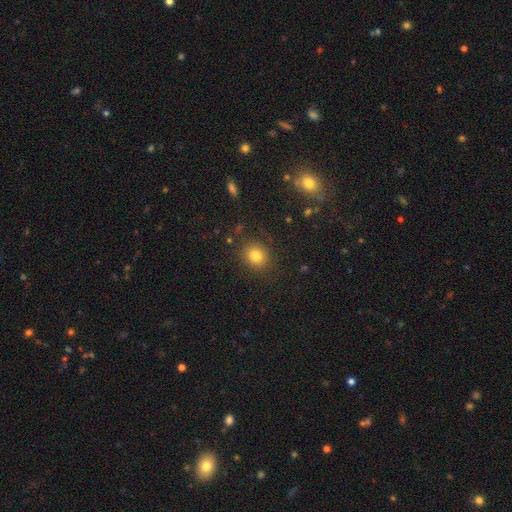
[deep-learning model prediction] Q: Smooth or featured?
A: smooth (80%); runner-up: star or artifact (13%)
Q: How rounded?
A: round (71%); runner-up: in between (28%)
Q: Merging?
A: none (85%); runner-up: minor disturbance (10%)